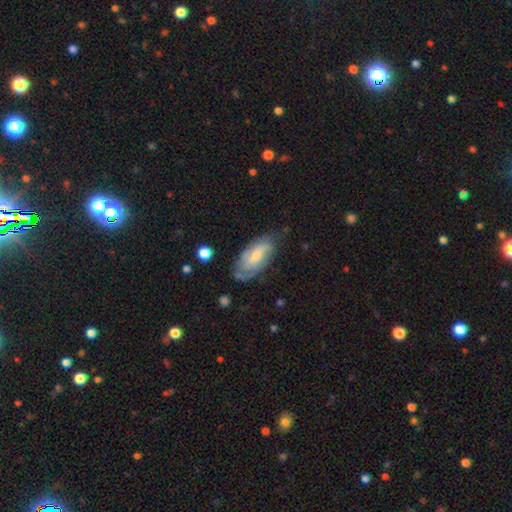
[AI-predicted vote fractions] featured or disk 69%, smooth 24%, star or artifact 6%. Down the decision tree: edge-on disk — no (92%); bar — weak (46%); spiral arms — yes (90%); spiral arm count — 2 (50%); spiral winding — tight (46%); bulge size — small (52%); merging — none (68%).